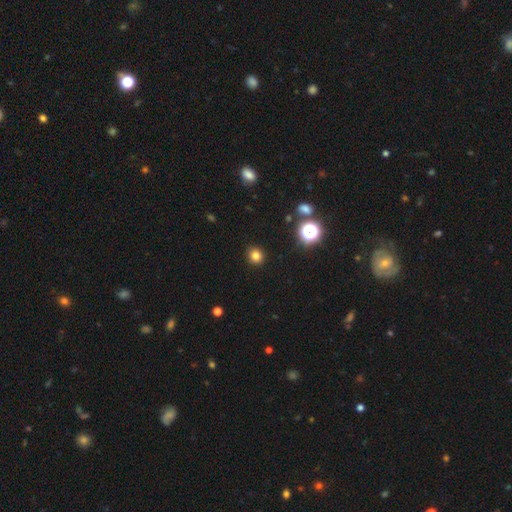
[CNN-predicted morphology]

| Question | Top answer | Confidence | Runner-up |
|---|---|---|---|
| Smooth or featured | smooth | 80% | star or artifact (15%) |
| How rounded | round | 87% | in between (12%) |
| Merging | none | 91% | minor disturbance (6%) |